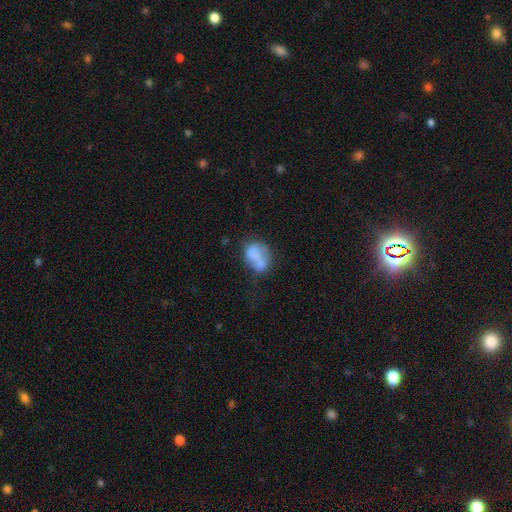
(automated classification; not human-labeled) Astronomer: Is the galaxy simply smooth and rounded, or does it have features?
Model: smooth — 63%.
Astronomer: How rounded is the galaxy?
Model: in between — 64%.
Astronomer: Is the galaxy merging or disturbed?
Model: merger — 37% (runner-up: none, 30%).